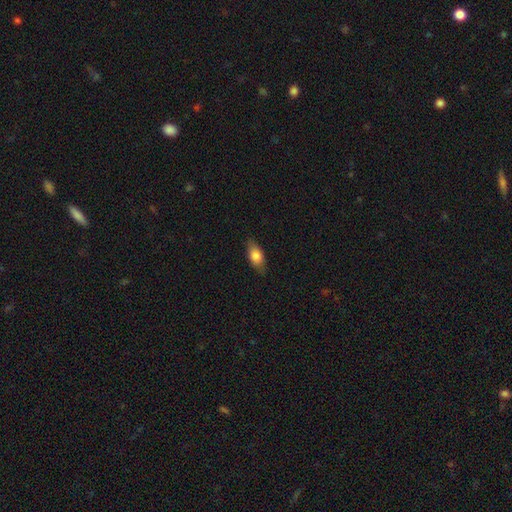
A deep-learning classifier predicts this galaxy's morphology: Smooth or featured? Predicted: smooth (p=0.79). How rounded? Predicted: in between (p=0.84). Merging? Predicted: none (p=0.81).